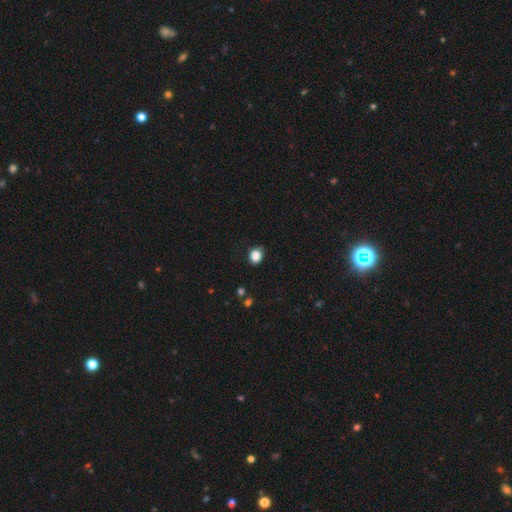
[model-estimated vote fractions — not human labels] Q: Smooth or featured?
A: smooth (87%); runner-up: star or artifact (10%)
Q: How rounded?
A: round (57%); runner-up: in between (42%)
Q: Merging?
A: none (83%); runner-up: minor disturbance (13%)